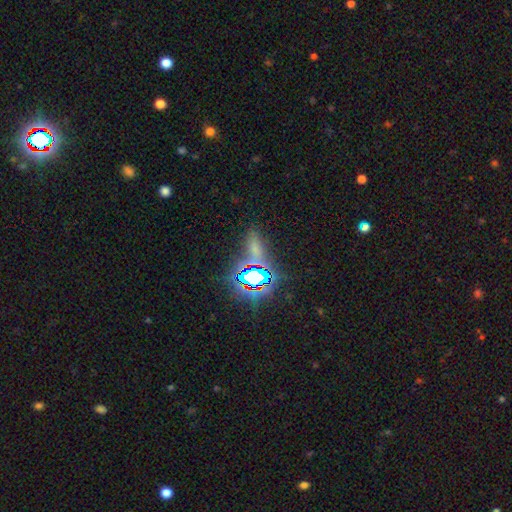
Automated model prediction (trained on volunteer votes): A star or artifact, not a galaxy (74%).